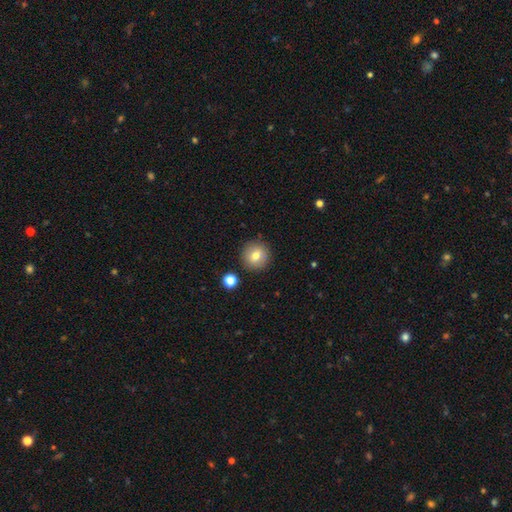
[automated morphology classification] A smooth galaxy with no disk features (76%) that is round (93%).

Vote fractions:
- Smooth or featured? smooth: 76% / featured or disk: 14% / star or artifact: 10%
- How rounded? round: 93% / in between: 6% / cigar-shaped: 1%
- Merging? none: 88% / minor disturbance: 7% / merger: 3% / major disturbance: 2%